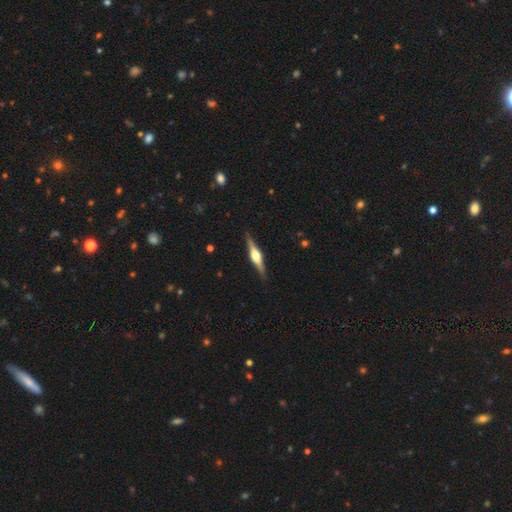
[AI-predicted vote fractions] Smooth or featured: featured or disk — 74% (smooth — 20%)
Edge-on disk: yes — 97% (no — 3%)
Edge-on bulge: rounded — 90% (boxy — 8%)
Merging: none — 89% (minor disturbance — 8%)